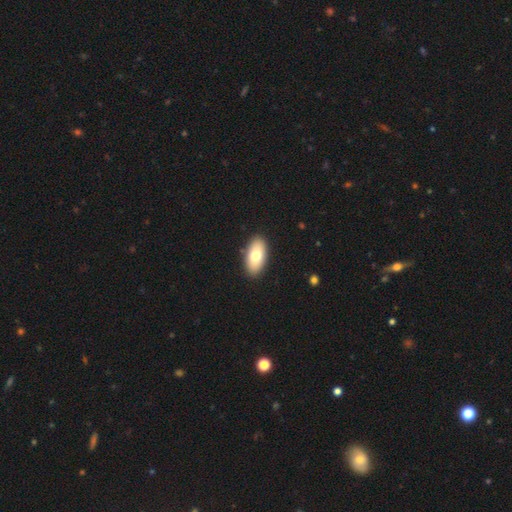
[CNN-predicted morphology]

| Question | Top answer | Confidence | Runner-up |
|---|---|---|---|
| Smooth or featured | smooth | 74% | featured or disk (20%) |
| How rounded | in between | 93% | cigar-shaped (4%) |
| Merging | none | 90% | minor disturbance (7%) |